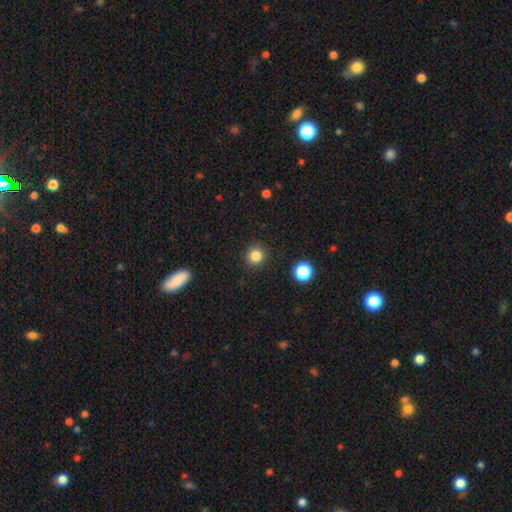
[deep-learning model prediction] This appears to be a smooth galaxy with no disk features (84%) that is round (92%). Merging: none (90%).